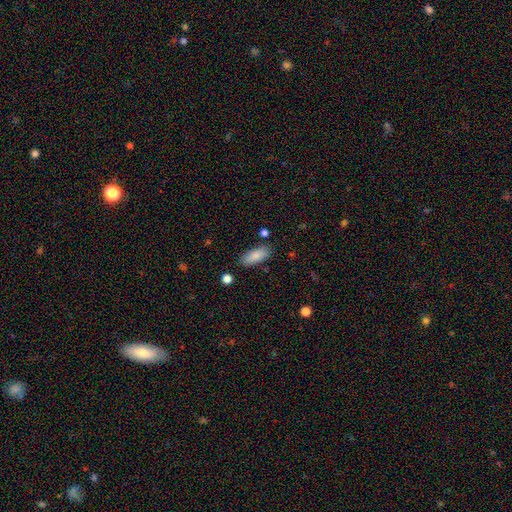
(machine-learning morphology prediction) This is clearly a smooth galaxy (85%). How rounded: clearly in between (82%). Merging: clearly none (83%).